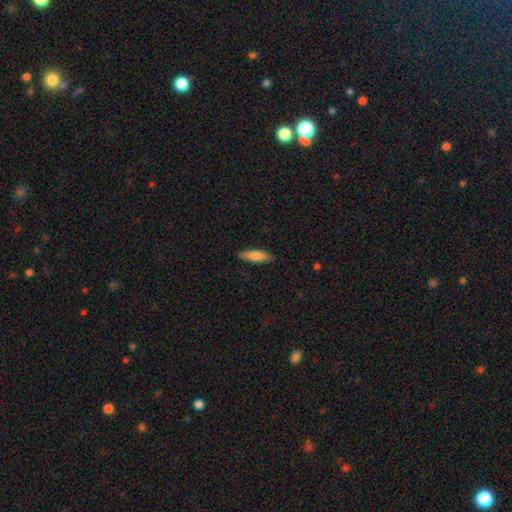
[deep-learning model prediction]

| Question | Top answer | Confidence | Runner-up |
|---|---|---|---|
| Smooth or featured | smooth | 77% | featured or disk (18%) |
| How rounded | cigar-shaped | 57% | in between (42%) |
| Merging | none | 88% | minor disturbance (9%) |